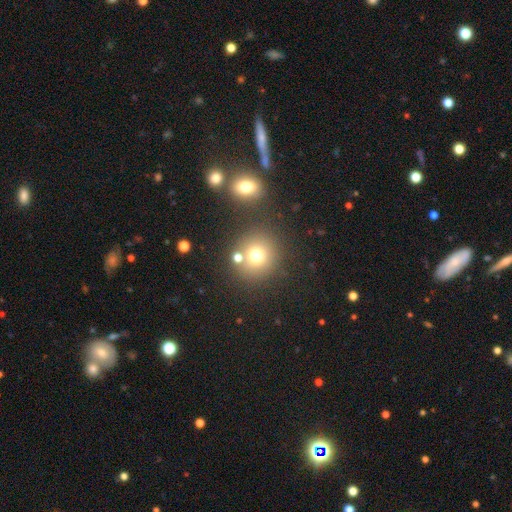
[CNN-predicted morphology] smooth-or-featured: smooth: 72% | star or artifact: 16% | featured or disk: 12%
  how-rounded: round: 90% | in between: 9% | cigar-shaped: 1%
  merging: none: 72% | merger: 15% | minor disturbance: 9% | major disturbance: 4%